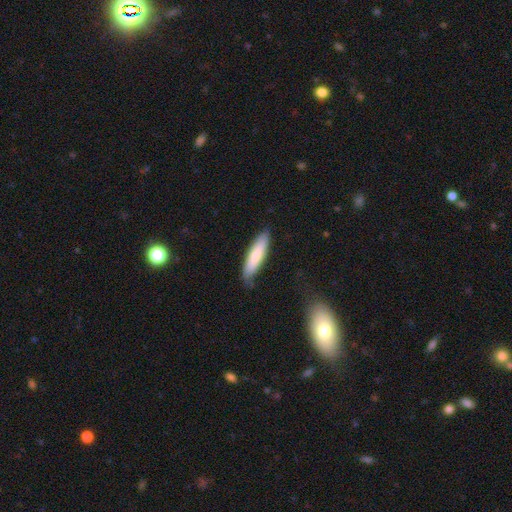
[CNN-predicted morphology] This appears to be a smooth galaxy with no disk features (78%) that is cigar-shaped (71%). Merging: none (77%).